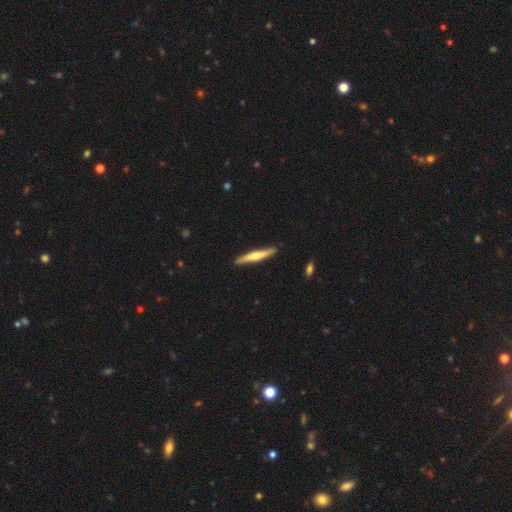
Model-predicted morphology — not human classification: Smooth or featured? featured or disk (53%)
Edge-on disk? yes (94%)
Merging? none (89%)